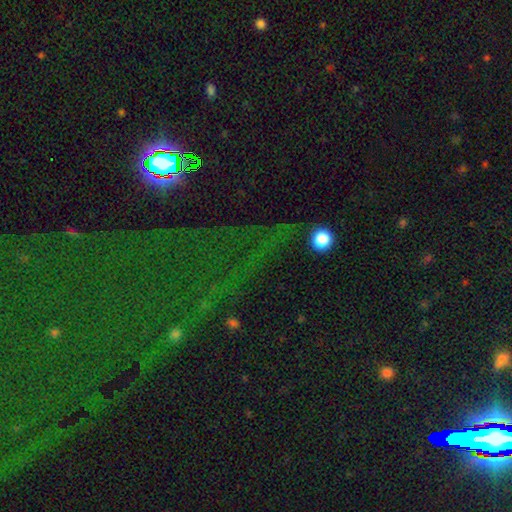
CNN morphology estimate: smooth_or_featured: star or artifact (p=0.83) [alt: smooth p=0.10]